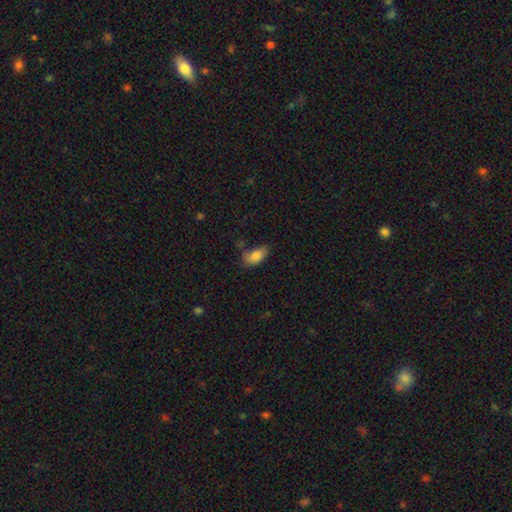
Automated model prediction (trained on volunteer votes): This appears to be a smooth galaxy with no disk features (83%) that is in between round and cigar-shaped (92%). Merging: none (50%).